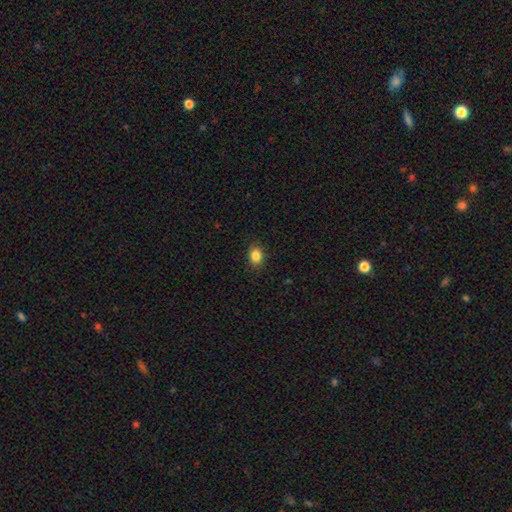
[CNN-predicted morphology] smooth-or-featured: smooth: 85% | star or artifact: 10% | featured or disk: 5%
  how-rounded: in between: 54% | round: 45% | cigar-shaped: 1%
  merging: none: 89% | minor disturbance: 8% | major disturbance: 2% | merger: 1%